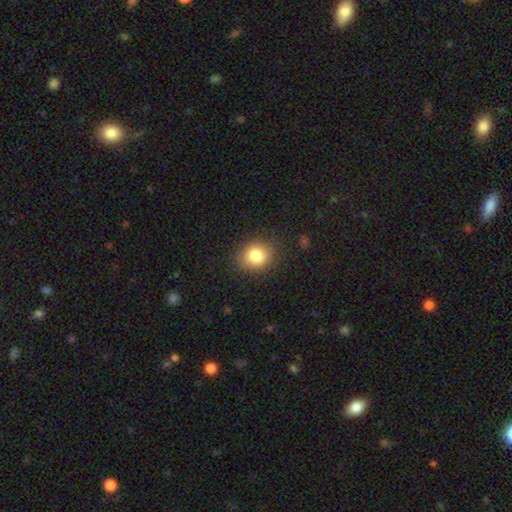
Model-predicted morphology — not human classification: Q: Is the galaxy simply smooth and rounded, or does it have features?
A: smooth — 84%.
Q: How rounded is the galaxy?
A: round — 58%.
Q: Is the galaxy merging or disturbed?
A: none — 82%.